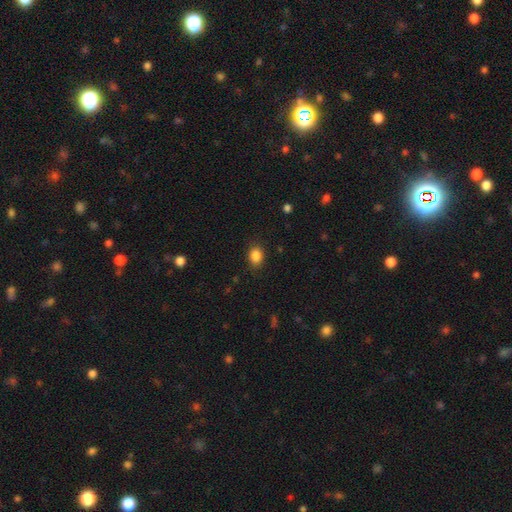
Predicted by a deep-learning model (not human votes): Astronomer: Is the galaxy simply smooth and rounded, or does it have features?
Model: smooth — 86%.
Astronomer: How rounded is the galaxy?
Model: in between — 61% (runner-up: round, 38%).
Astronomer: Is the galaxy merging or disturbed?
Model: none — 86%.